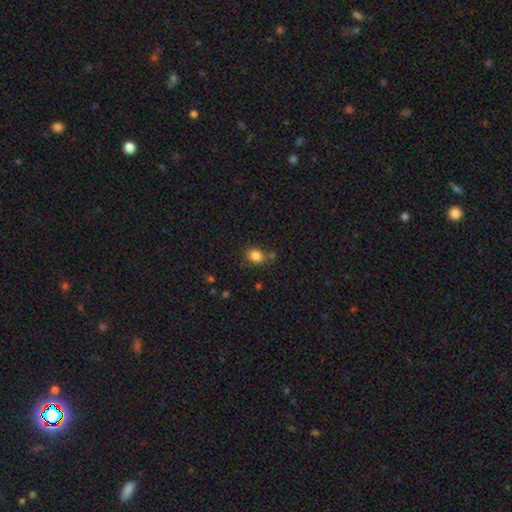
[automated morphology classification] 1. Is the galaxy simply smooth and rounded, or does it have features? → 83% smooth, 11% star or artifact, 6% featured or disk.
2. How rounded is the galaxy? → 60% round, 39% in between, 1% cigar-shaped.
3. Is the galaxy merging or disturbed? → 73% none, 15% minor disturbance, 7% merger, 4% major disturbance.